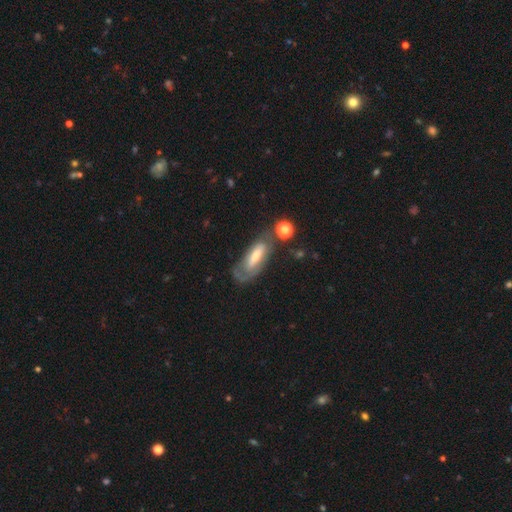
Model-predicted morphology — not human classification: The model was most divided on "smooth or featured": featured or disk: 52%, smooth: 41%, star or artifact: 8%. Remaining: edge-on disk — no (75%); merging — none (50%).